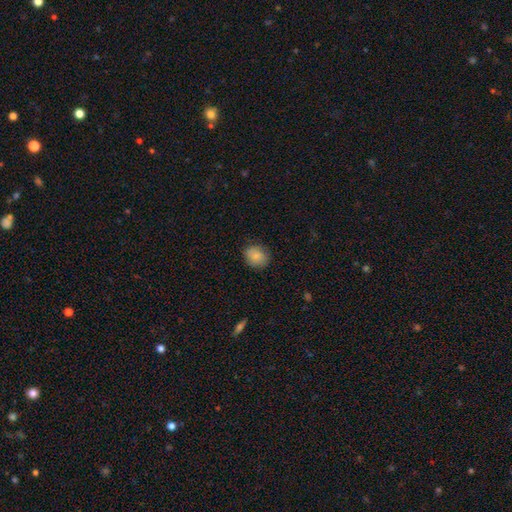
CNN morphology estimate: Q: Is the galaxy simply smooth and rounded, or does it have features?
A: smooth — 86%.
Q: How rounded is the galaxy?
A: round — 64%.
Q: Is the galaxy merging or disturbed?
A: none — 80%.